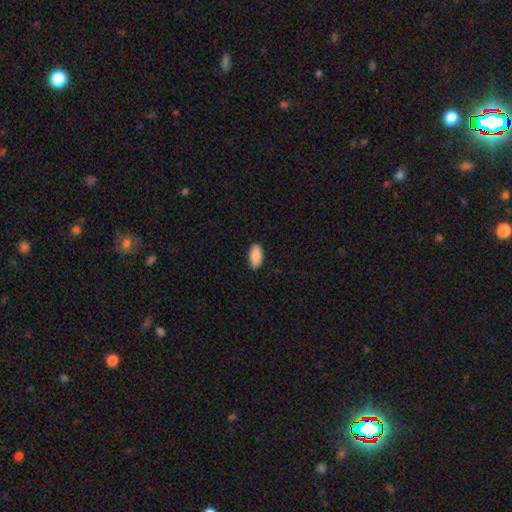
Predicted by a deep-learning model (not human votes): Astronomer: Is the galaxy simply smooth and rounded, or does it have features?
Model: smooth — 91%.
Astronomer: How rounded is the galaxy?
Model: in between — 93%.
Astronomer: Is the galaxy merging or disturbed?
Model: none — 89%.